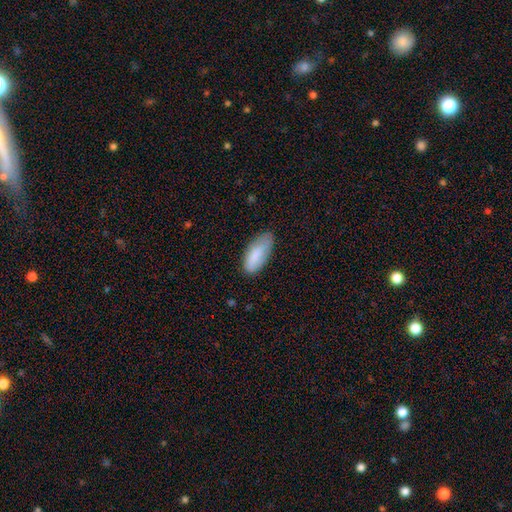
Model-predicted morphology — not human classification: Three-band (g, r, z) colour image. It shows a smooth galaxy with no disk features (83%) that is in between round and cigar-shaped (84%). Merging: none (66%).